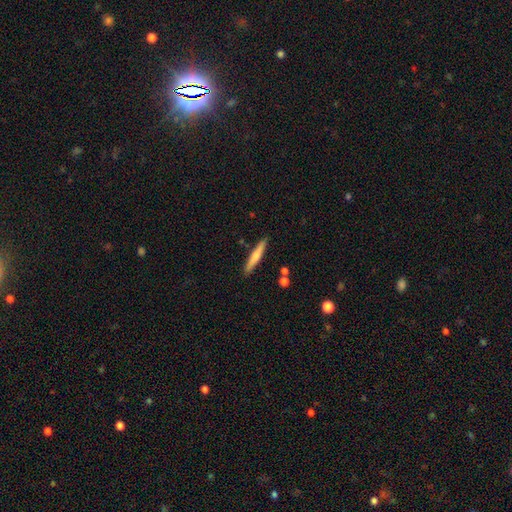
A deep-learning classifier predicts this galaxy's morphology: smooth 57%, featured or disk 38%, star or artifact 6%. Down the decision tree: how rounded — cigar-shaped (92%); merging — none (89%).